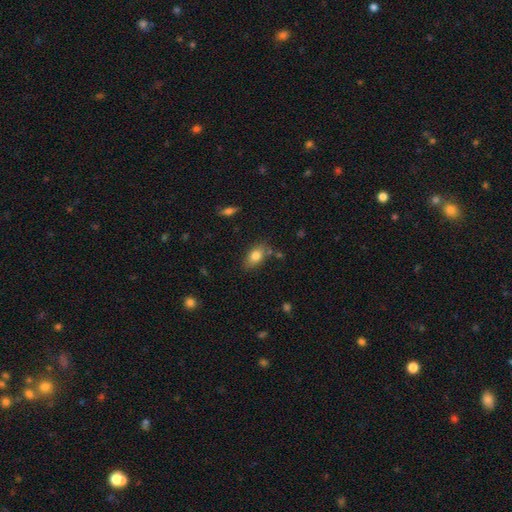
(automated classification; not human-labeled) Smooth or featured? smooth (80%)
How rounded? in between (86%)
Merging? none (74%)